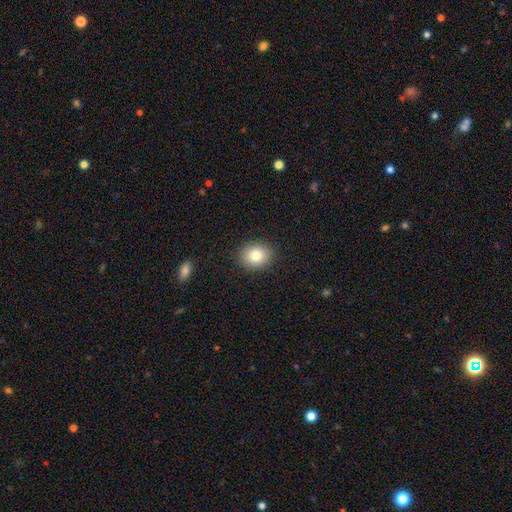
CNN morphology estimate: A smooth galaxy with no disk features (82%) that is round (59%).

Vote fractions:
- Smooth or featured? smooth: 82% / star or artifact: 9% / featured or disk: 9%
- How rounded? round: 59% / in between: 40% / cigar-shaped: 1%
- Merging? none: 89% / minor disturbance: 7% / major disturbance: 2% / merger: 1%